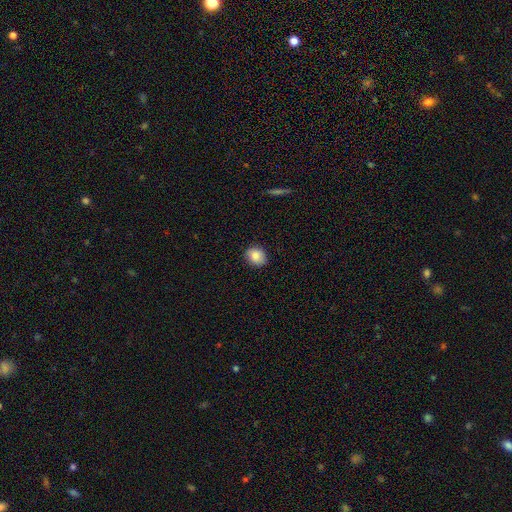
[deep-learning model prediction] Smooth or featured? Predicted: smooth (p=0.85). How rounded? Predicted: round (p=0.65). Merging? Predicted: none (p=0.88).